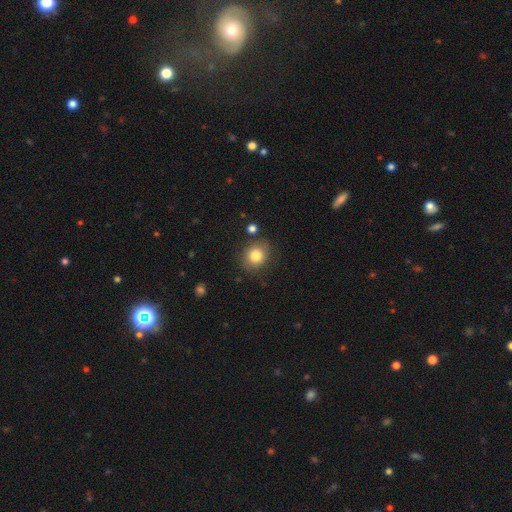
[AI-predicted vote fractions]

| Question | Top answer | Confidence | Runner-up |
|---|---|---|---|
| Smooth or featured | smooth | 81% | star or artifact (10%) |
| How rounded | round | 76% | in between (23%) |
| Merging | none | 82% | minor disturbance (12%) |